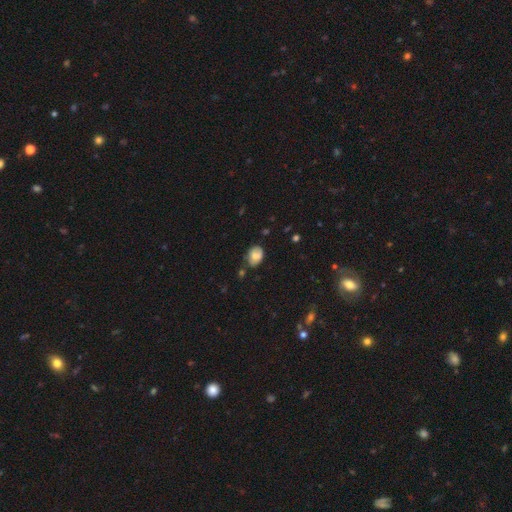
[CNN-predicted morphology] smooth-or-featured: smooth: 70% | featured or disk: 21% | star or artifact: 9%
  how-rounded: in between: 71% | round: 27% | cigar-shaped: 1%
  merging: none: 62% | minor disturbance: 27% | major disturbance: 6% | merger: 5%